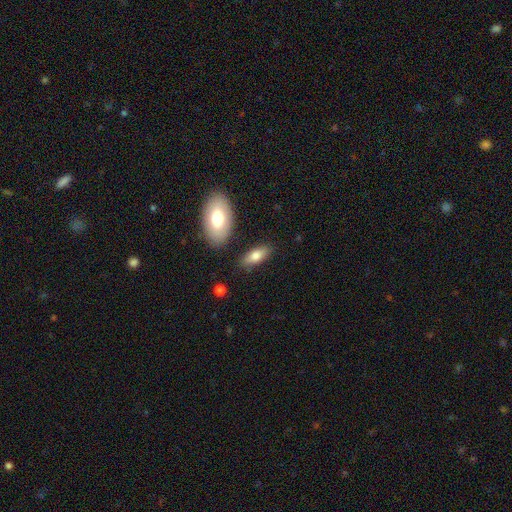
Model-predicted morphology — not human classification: Smooth or featured?
  - smooth: 73% *
  - featured or disk: 20%
  - star or artifact: 7%
How rounded?
  - in between: 77% *
  - cigar-shaped: 21%
  - round: 3%
Merging?
  - none: 81% *
  - minor disturbance: 12%
  - merger: 4%
  - major disturbance: 3%